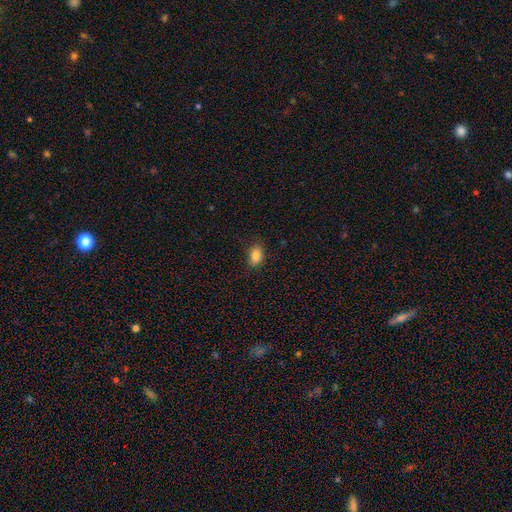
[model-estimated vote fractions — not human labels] smooth 84%, star or artifact 9%, featured or disk 7%. Down the decision tree: how rounded — in between (83%); merging — none (85%).